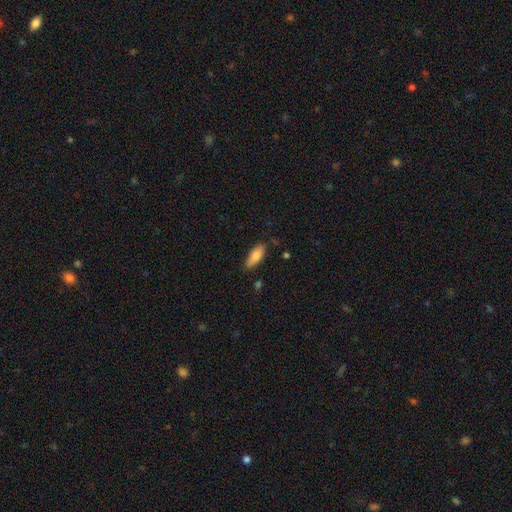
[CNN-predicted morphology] The model was most divided on "how rounded": in between: 75%, cigar-shaped: 23%, round: 2%. More confident: smooth or featured — smooth (82%); merging — none (78%).